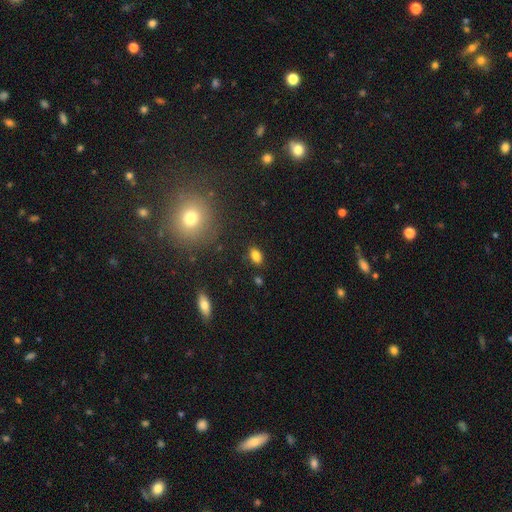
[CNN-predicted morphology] Smooth or featured? smooth (82%)
How rounded? in between (84%)
Merging? none (84%)